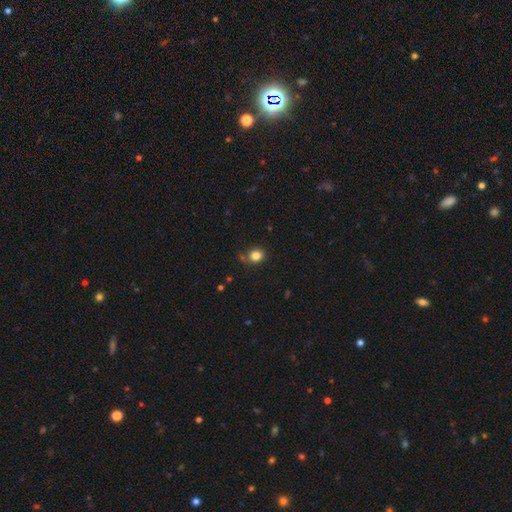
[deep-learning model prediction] A smooth galaxy with no disk features (82%) that is round (70%). Merging: none (76%).